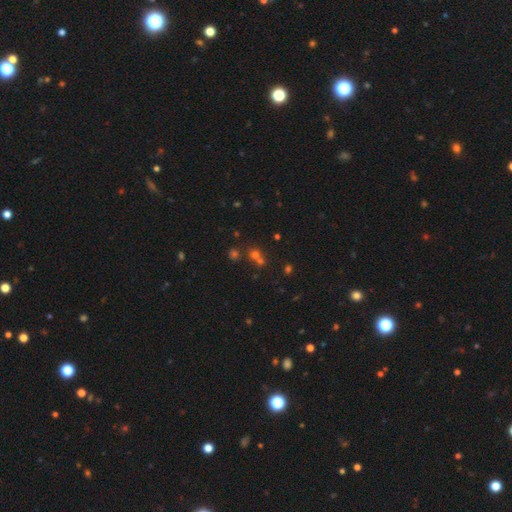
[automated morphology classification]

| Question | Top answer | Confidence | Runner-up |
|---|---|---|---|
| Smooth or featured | smooth | 55% | star or artifact (33%) |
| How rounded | round | 83% | in between (15%) |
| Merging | none | 49% | merger (41%) |